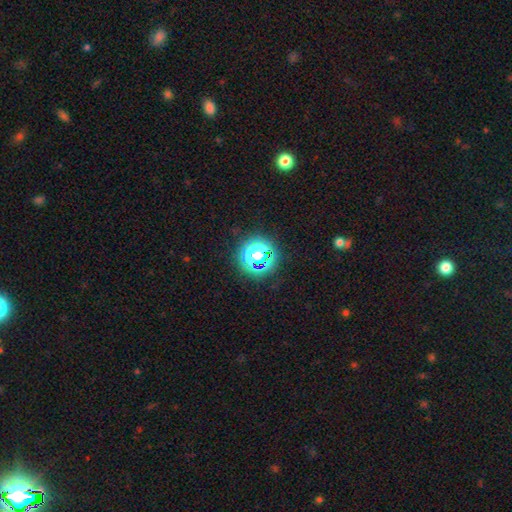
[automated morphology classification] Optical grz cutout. It shows a star or artifact, not a galaxy (73%).